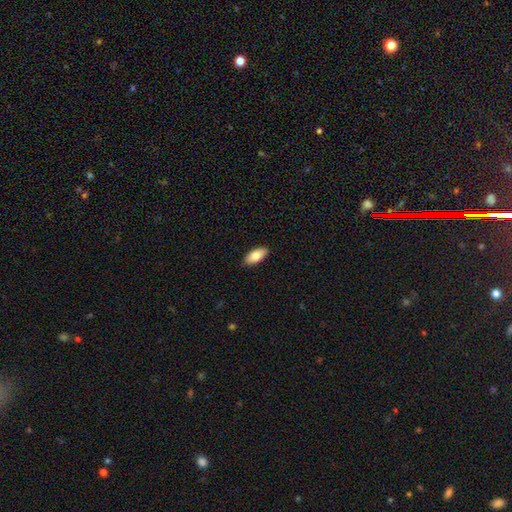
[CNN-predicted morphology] smooth-or-featured: smooth: 80% | featured or disk: 14% | star or artifact: 6%
  how-rounded: in between: 89% | cigar-shaped: 9% | round: 2%
  merging: none: 89% | minor disturbance: 9% | major disturbance: 2% | merger: 1%